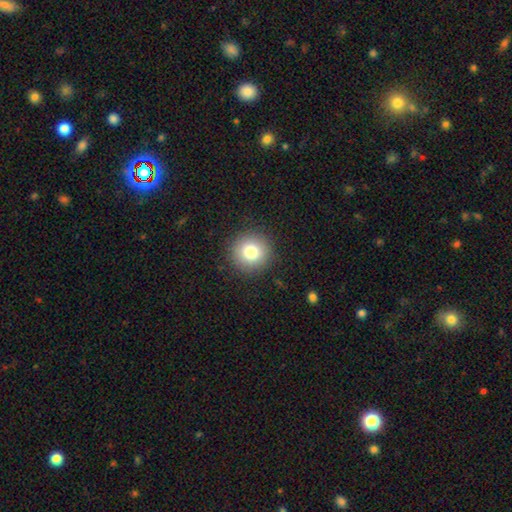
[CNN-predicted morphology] A smooth galaxy with no disk features (80%) that is round (95%). Merging: none (92%).